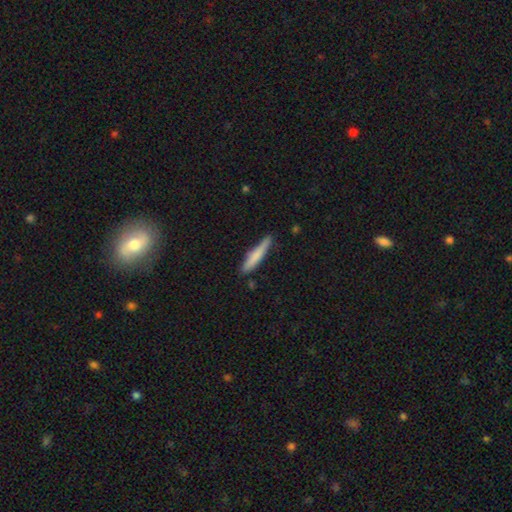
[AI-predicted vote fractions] This appears to be a smooth galaxy with no disk features (73%) that is cigar-shaped (91%). Merging: none (79%).